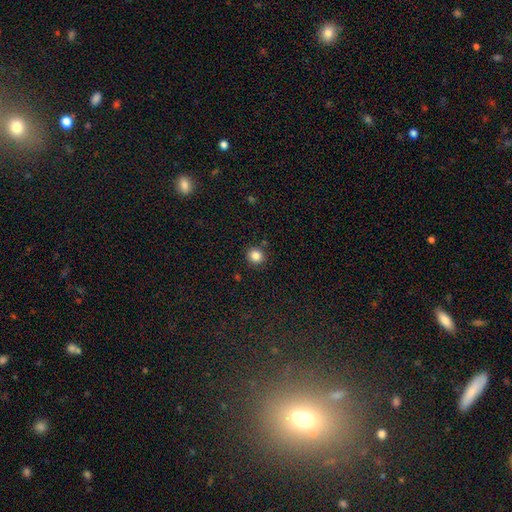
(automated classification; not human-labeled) A smooth galaxy with no disk features (85%) that is round (89%). Merging: none (88%).